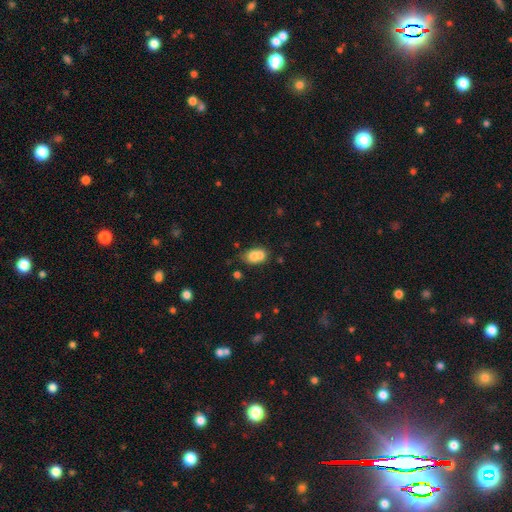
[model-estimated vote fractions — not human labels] smooth 72%, featured or disk 19%, star or artifact 10%. Down the decision tree: how rounded — in between (61%); merging — merger (54%).